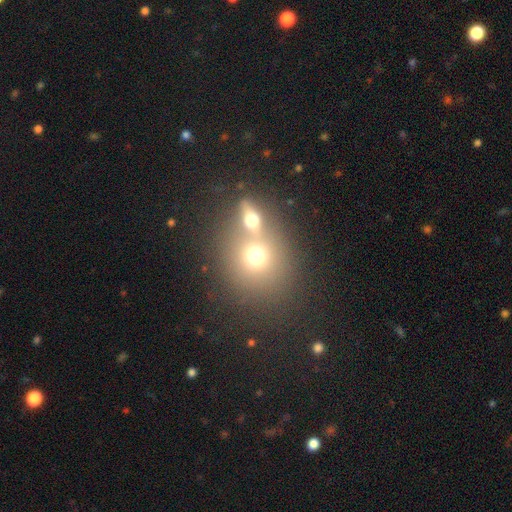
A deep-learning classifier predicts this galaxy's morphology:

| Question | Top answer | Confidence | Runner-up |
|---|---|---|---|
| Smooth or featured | smooth | 66% | featured or disk (20%) |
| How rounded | round | 75% | in between (24%) |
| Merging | merger | 54% | none (35%) |